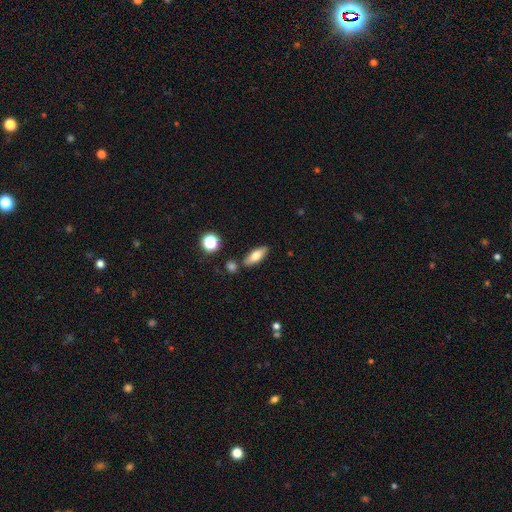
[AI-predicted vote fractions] Overall: smooth (71%). How rounded: in between (69%). Merging: none (79%).